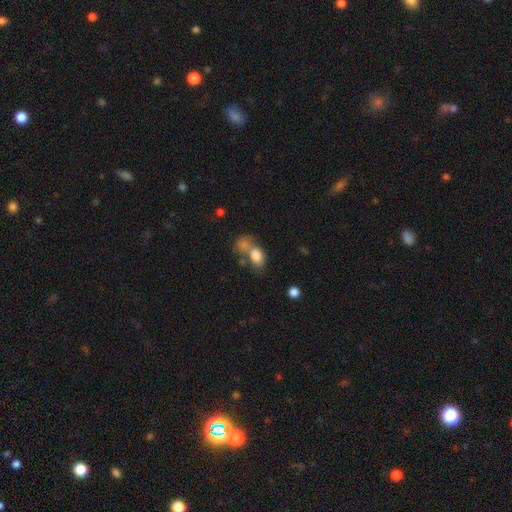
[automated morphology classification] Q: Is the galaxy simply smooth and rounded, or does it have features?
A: smooth — 81%.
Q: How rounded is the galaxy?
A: in between — 80%.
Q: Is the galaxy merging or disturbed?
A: merger — 49%.